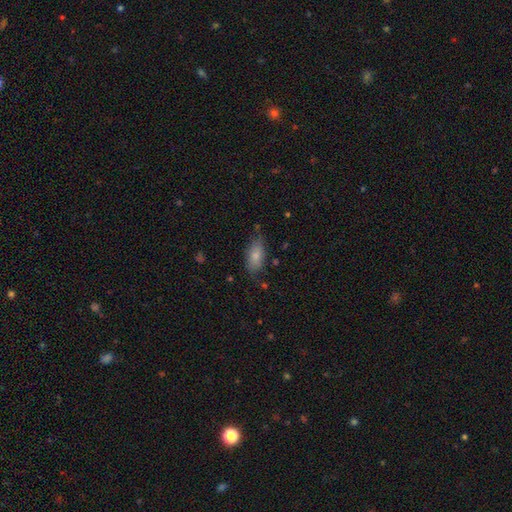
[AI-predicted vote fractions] smooth-or-featured: smooth: 78% | featured or disk: 15% | star or artifact: 7%
  how-rounded: in between: 89% | cigar-shaped: 8% | round: 3%
  merging: none: 67% | minor disturbance: 25% | major disturbance: 5% | merger: 2%